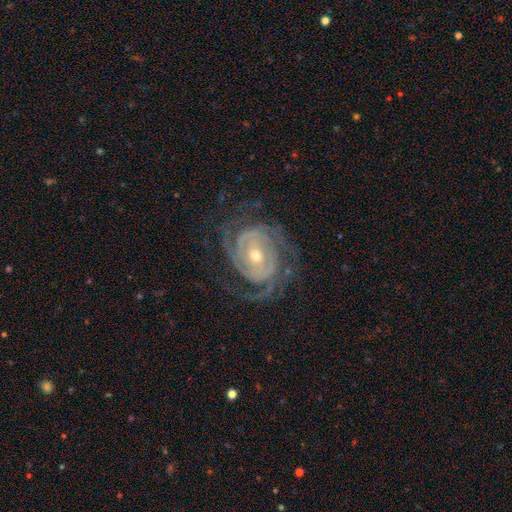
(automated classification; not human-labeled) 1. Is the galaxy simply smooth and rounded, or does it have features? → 91% featured or disk, 5% star or artifact, 4% smooth.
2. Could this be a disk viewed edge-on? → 97% no, 3% yes.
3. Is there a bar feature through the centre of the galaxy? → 55% no, 31% weak, 14% strong.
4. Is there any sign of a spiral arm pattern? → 98% yes, 2% no.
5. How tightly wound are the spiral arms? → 69% tight, 26% medium, 6% loose.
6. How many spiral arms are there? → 34% 2, 28% 3, 16% can't tell, 10% 4, 6% more than 4, 6% 1.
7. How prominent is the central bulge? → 55% moderate, 42% small, 2% large, 1% none, 1% dominant.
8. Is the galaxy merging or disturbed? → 70% none, 16% minor disturbance, 12% major disturbance, 1% merger.